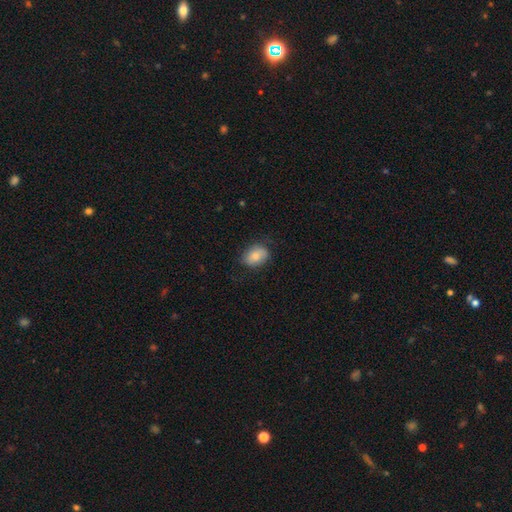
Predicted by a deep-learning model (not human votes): This is likely a smooth galaxy (78%). How rounded: likely in between (75%). Merging: likely none (74%).